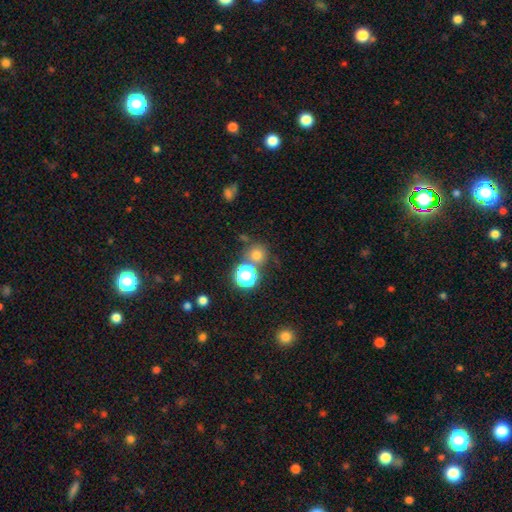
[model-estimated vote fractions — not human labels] smooth-or-featured: smooth: 71% | star or artifact: 22% | featured or disk: 7%
  how-rounded: round: 90% | in between: 9% | cigar-shaped: 1%
  merging: none: 69% | merger: 18% | minor disturbance: 9% | major disturbance: 4%